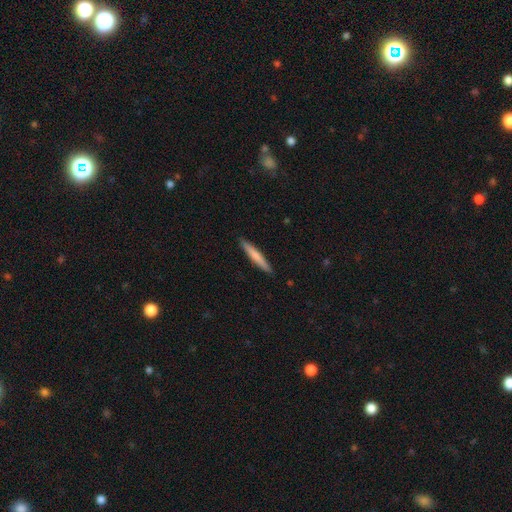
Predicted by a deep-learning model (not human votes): smooth-or-featured: smooth: 70% | featured or disk: 25% | star or artifact: 5%
  how-rounded: cigar-shaped: 95% | in between: 4% | round: 1%
  merging: none: 91% | minor disturbance: 7% | major disturbance: 1% | merger: 1%